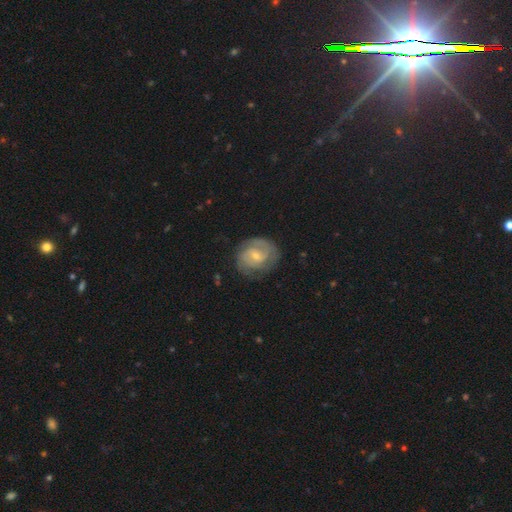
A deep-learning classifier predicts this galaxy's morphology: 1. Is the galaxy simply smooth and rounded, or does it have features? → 74% featured or disk, 21% smooth, 6% star or artifact.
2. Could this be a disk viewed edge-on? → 98% no, 2% yes.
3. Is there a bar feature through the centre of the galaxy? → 48% weak, 41% no, 11% strong.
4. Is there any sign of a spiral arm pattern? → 89% yes, 11% no.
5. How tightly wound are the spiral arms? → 51% tight, 37% medium, 12% loose.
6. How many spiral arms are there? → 55% 2, 25% can't tell, 9% 3, 5% 1, 3% 4, 2% more than 4.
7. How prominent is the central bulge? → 64% small, 32% moderate, 2% none, 1% large, 1% dominant.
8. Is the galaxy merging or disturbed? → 71% none, 20% minor disturbance, 8% major disturbance, 1% merger.